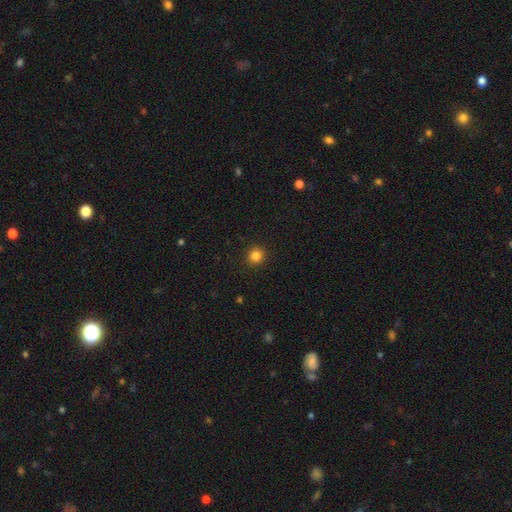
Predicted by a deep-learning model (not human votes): smooth_or_featured: smooth (p=0.84) [alt: star or artifact p=0.12]
how_rounded: round (p=0.92) [alt: in between p=0.07]
merging: none (p=0.92) [alt: minor disturbance p=0.05]